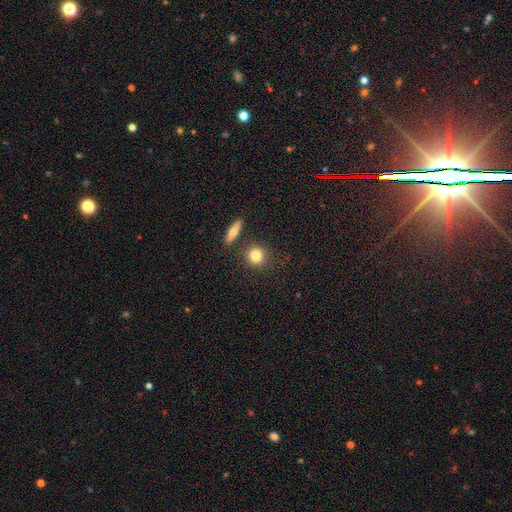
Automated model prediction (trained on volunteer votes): smooth 83%, star or artifact 9%, featured or disk 8%. Down the decision tree: how rounded — round (82%); merging — none (81%).